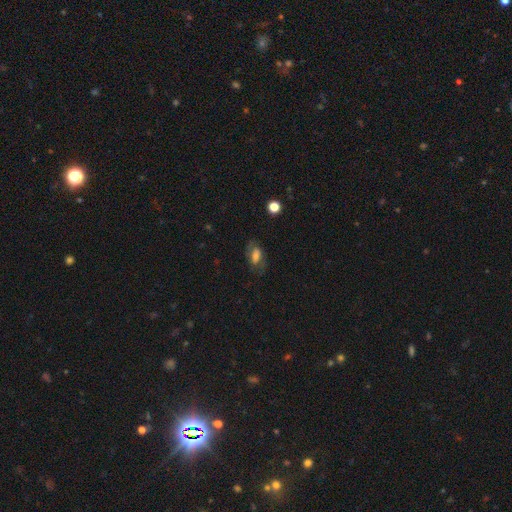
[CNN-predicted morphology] A smooth galaxy with no disk features (55%) that is in between round and cigar-shaped (84%).

Vote fractions:
- Smooth or featured? smooth: 55% / featured or disk: 34% / star or artifact: 11%
- How rounded? in between: 84% / cigar-shaped: 9% / round: 7%
- Merging? none: 66% / minor disturbance: 20% / major disturbance: 13% / merger: 2%